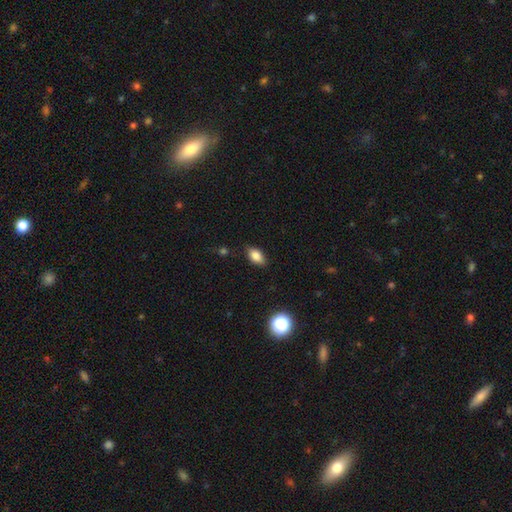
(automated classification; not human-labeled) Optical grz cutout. It shows a smooth galaxy with no disk features (83%) that is in between round and cigar-shaped (88%). Merging: none (84%).